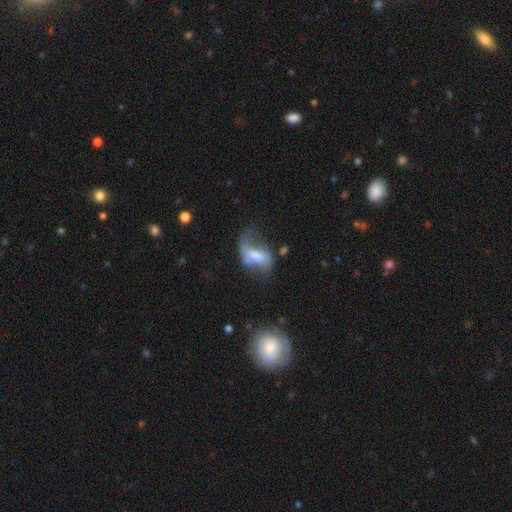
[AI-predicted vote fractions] Overall: featured or disk (53%; smooth 38%). Edge-on disk: no (94%). Bar: weak (41%; no 37%). Spiral arms: yes (62%; no 38%). Bulge size: moderate (44%; small 22%). Merging: major disturbance (43%; none 26%).